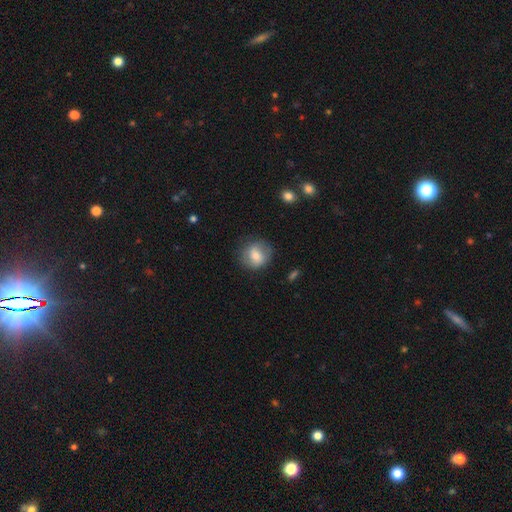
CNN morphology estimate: This appears to be a smooth galaxy with no disk features (68%) that is round (79%). Merging: none (79%).